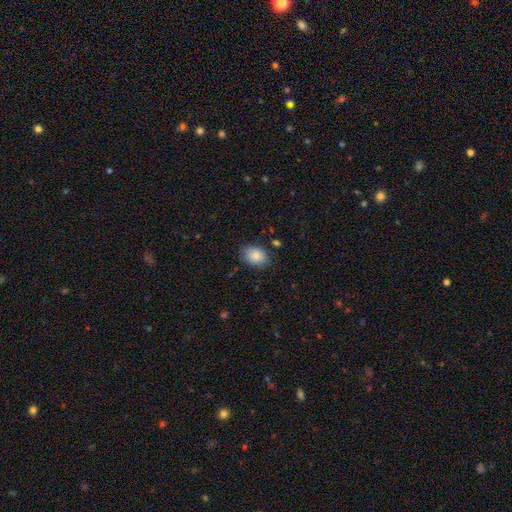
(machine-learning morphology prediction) Smooth or featured? Predicted: smooth (p=0.87). How rounded? Predicted: in between (p=0.79). Merging? Predicted: none (p=0.81).